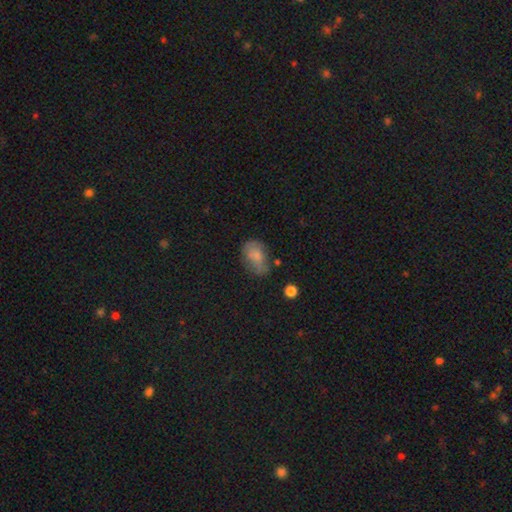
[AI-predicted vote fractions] A smooth galaxy with no disk features (67%) that is in between round and cigar-shaped (82%).

Vote fractions:
- Smooth or featured? smooth: 67% / featured or disk: 23% / star or artifact: 10%
- How rounded? in between: 82% / round: 16% / cigar-shaped: 2%
- Merging? none: 50% / minor disturbance: 29% / major disturbance: 15% / merger: 6%